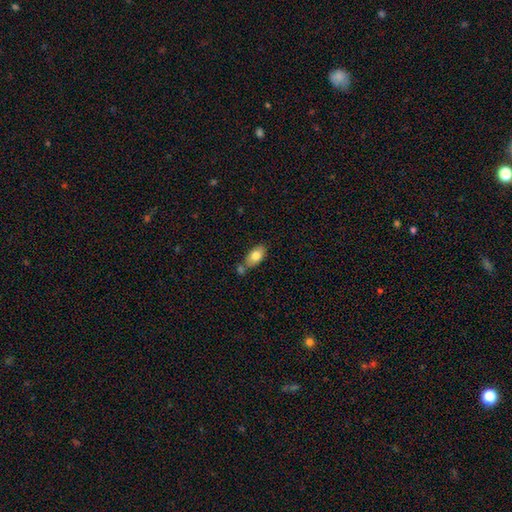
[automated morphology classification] Smooth or featured? smooth (78%)
How rounded? in between (89%)
Merging? none (56%)